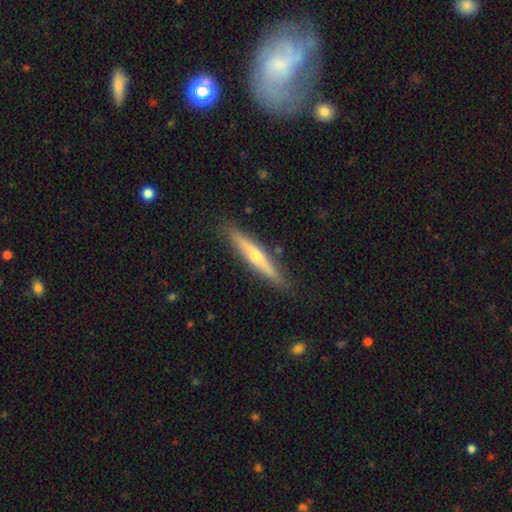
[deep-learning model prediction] This appears to be a featured or disk galaxy (56%) viewed edge-on (95%) with a rounded central bulge (78%). Merging: none (87%).